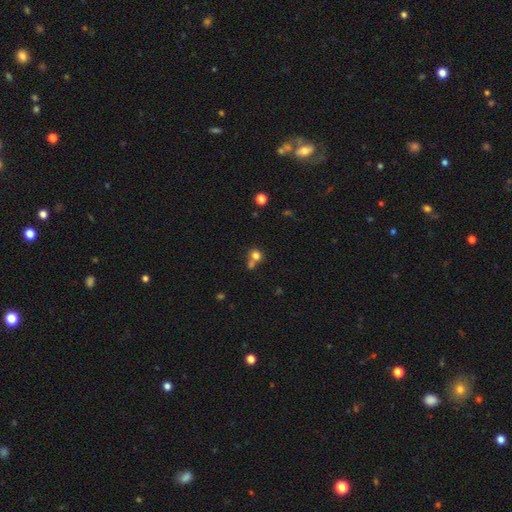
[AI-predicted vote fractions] Morphology: type=smooth (76%); roundness=round (78%); merging=none (46%).